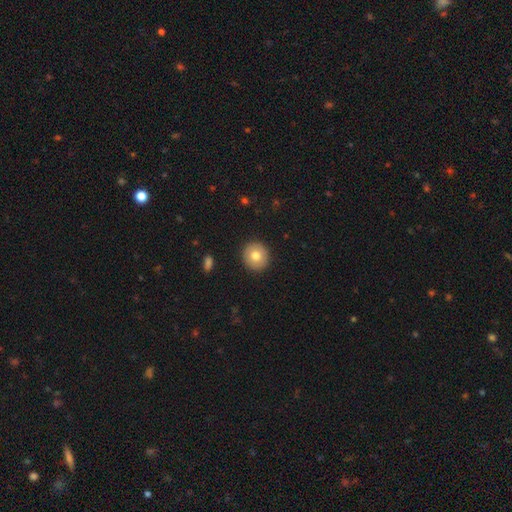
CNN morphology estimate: smooth-or-featured: smooth: 77% | featured or disk: 15% | star or artifact: 8%
  how-rounded: round: 92% | in between: 8% | cigar-shaped: 1%
  merging: none: 92% | minor disturbance: 5% | major disturbance: 2% | merger: 1%